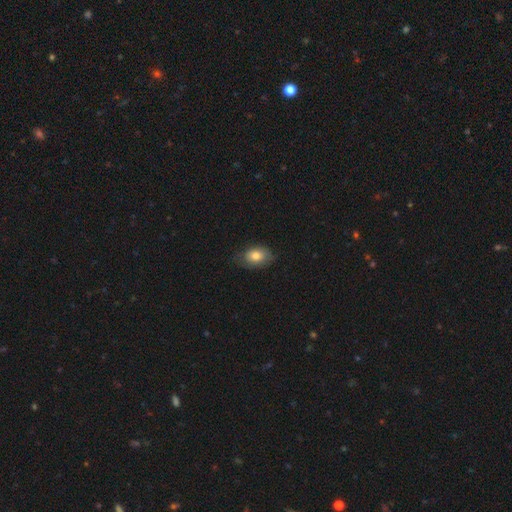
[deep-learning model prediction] smooth-or-featured: smooth: 77% | featured or disk: 16% | star or artifact: 7%
  how-rounded: in between: 85% | round: 14% | cigar-shaped: 1%
  merging: none: 67% | minor disturbance: 25% | major disturbance: 6% | merger: 1%